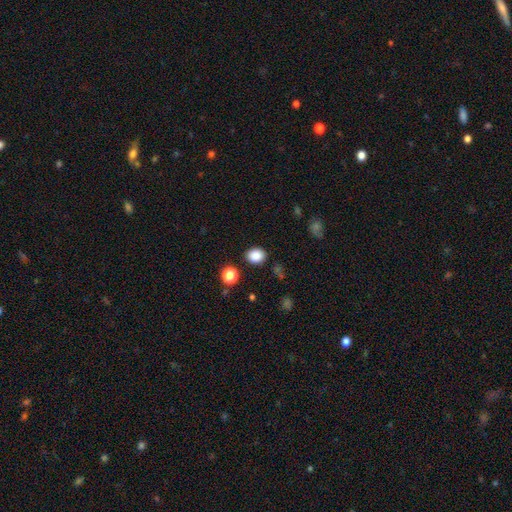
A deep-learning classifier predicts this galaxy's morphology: A smooth galaxy with no disk features (86%) that is round (53%).

Vote fractions:
- Smooth or featured? smooth: 86% / star or artifact: 11% / featured or disk: 3%
- How rounded? round: 53% / in between: 46% / cigar-shaped: 1%
- Merging? none: 85% / minor disturbance: 9% / major disturbance: 3% / merger: 3%